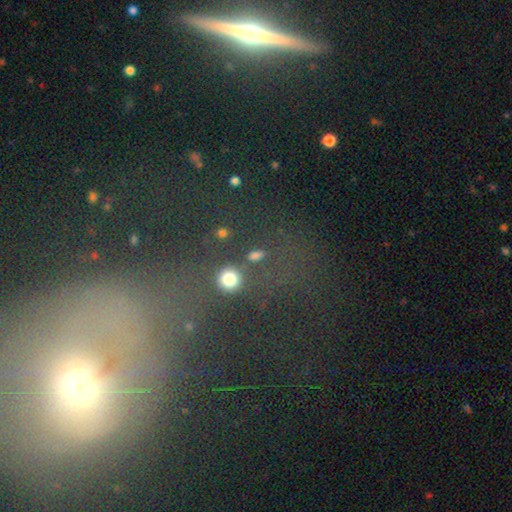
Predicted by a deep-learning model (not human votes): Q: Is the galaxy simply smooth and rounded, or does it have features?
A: star or artifact — 45%.